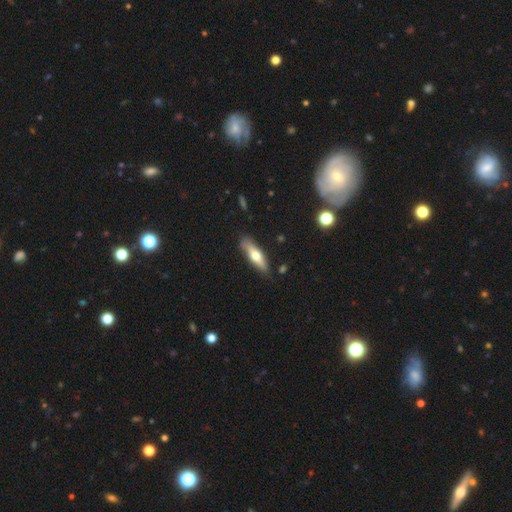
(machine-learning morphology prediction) A smooth galaxy with no disk features (55%) that is cigar-shaped (65%).

Vote fractions:
- Smooth or featured? smooth: 55% / featured or disk: 40% / star or artifact: 6%
- How rounded? cigar-shaped: 65% / in between: 33% / round: 2%
- Merging? none: 81% / minor disturbance: 14% / major disturbance: 3% / merger: 2%